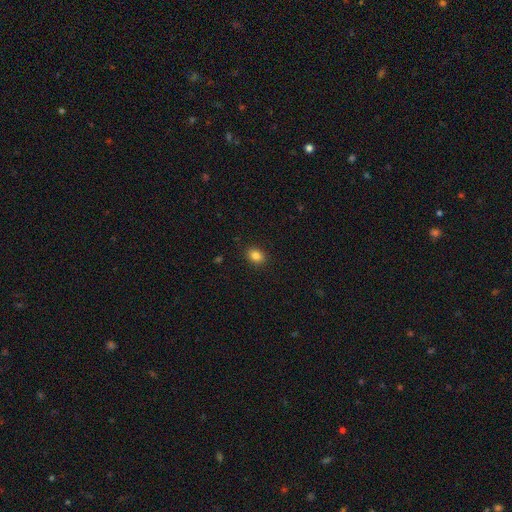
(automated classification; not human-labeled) Overall: smooth (85%). How rounded: in between (62%; round 36%). Merging: none (90%).